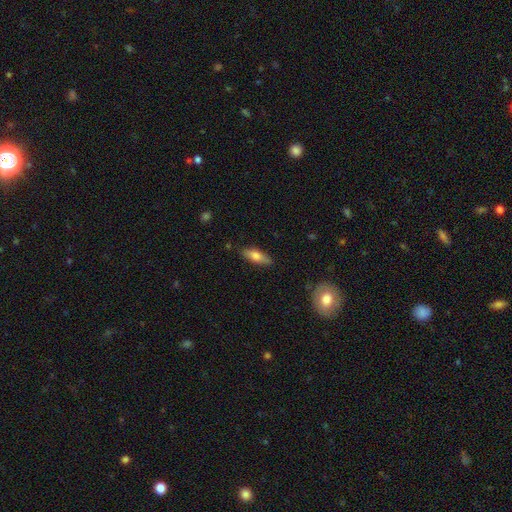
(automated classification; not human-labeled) Smooth or featured: smooth — 68% (featured or disk — 26%)
How rounded: in between — 56% (cigar-shaped — 41%)
Merging: none — 84% (minor disturbance — 12%)